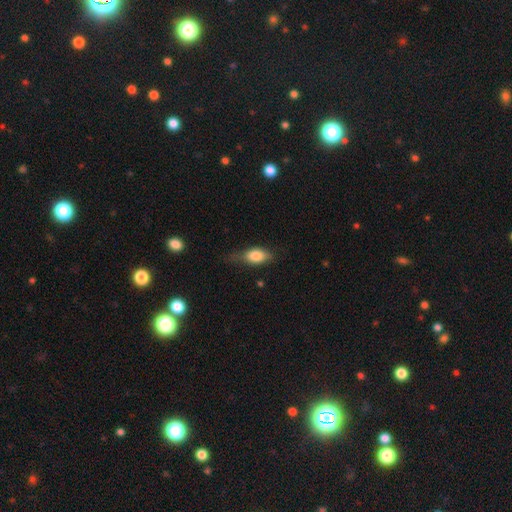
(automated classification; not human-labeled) A smooth galaxy with no disk features (77%) that is in between round and cigar-shaped (83%).

Vote fractions:
- Smooth or featured? smooth: 77% / featured or disk: 16% / star or artifact: 7%
- How rounded? in between: 83% / cigar-shaped: 10% / round: 7%
- Merging? none: 50% / minor disturbance: 35% / major disturbance: 13% / merger: 2%